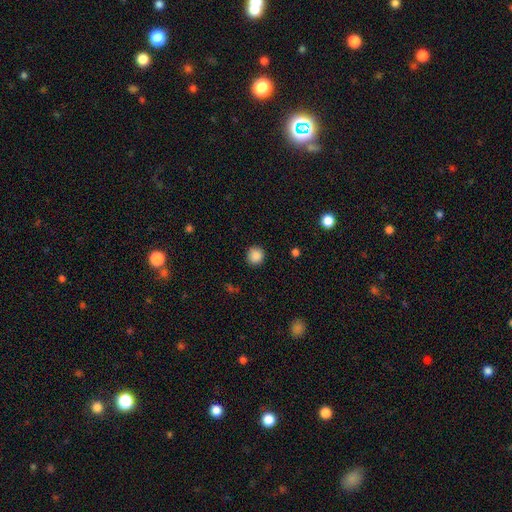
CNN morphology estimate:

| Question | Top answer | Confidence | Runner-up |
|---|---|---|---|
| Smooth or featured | smooth | 88% | star or artifact (10%) |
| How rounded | round | 93% | in between (6%) |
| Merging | none | 90% | minor disturbance (6%) |